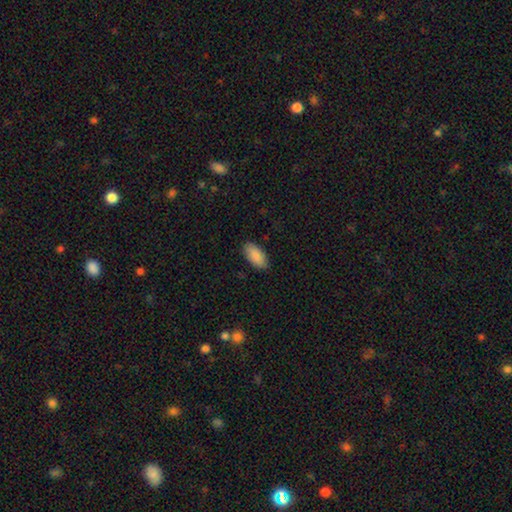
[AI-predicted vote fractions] Smooth or featured? smooth (90%)
How rounded? in between (93%)
Merging? none (86%)